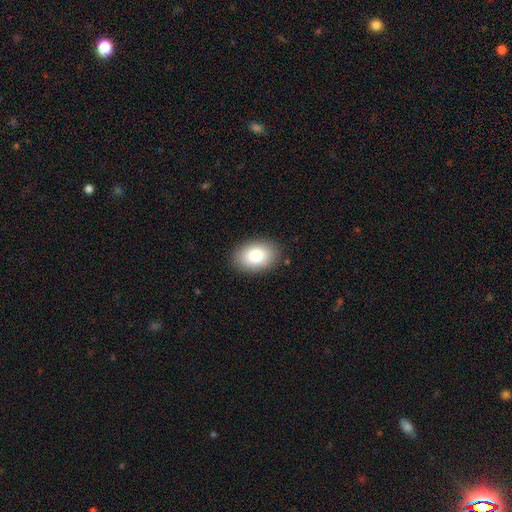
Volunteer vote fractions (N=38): Volunteers were most divided on "how rounded": in between: 74%, round: 26%, cigar-shaped: 0%. More confident: smooth or featured — smooth (89%); merging — none (76%).